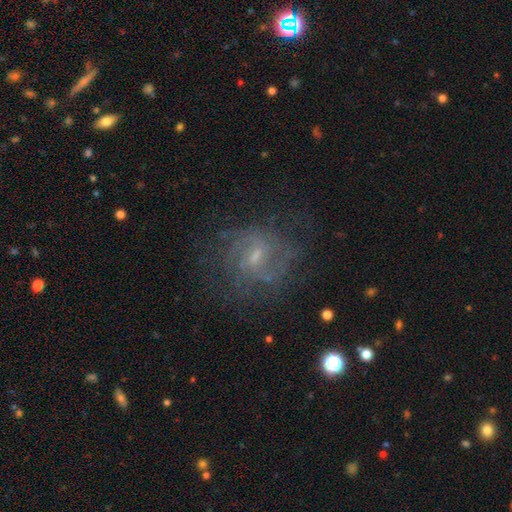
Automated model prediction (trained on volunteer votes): smooth-or-featured: featured or disk: 71% | smooth: 18% | star or artifact: 11%
  disk-edge-on: no: 97% | yes: 3%
    bar: weak: 58% | no: 30% | strong: 11%
    has-spiral-arms: yes: 79% | no: 21%
      spiral-winding: medium: 44% | tight: 34% | loose: 22%
      spiral-arm-count: can't tell: 45% | 2: 31% | 3: 10% | 4: 5% | 1: 4% | more than 4: 4%
    bulge-size: small: 62% | moderate: 26% | none: 9% | large: 2% | dominant: 1%
  merging: none: 65% | minor disturbance: 18% | major disturbance: 15% | merger: 2%